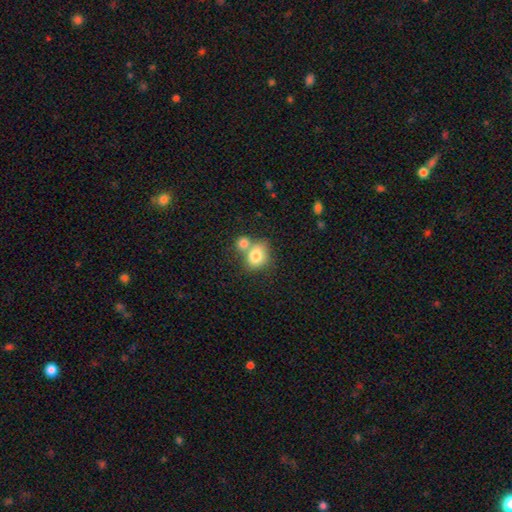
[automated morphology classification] Overall: smooth (80%). How rounded: round (53%; in between 46%). Merging: merger (45%; none 40%).